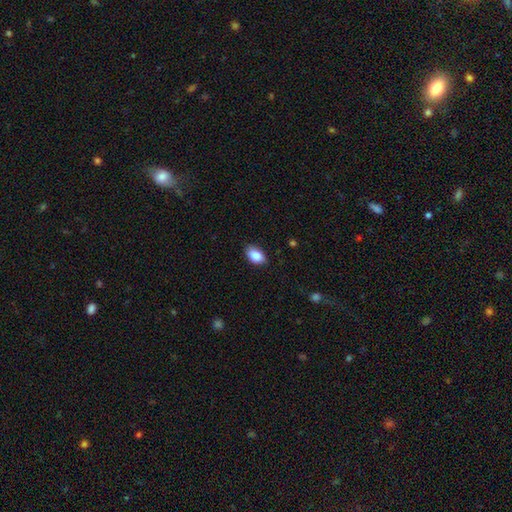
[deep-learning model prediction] Smooth or featured: smooth — 87% (star or artifact — 7%)
How rounded: in between — 91% (round — 7%)
Merging: none — 84% (minor disturbance — 13%)